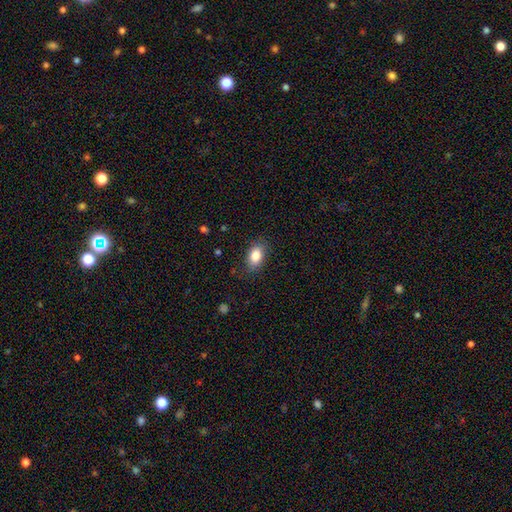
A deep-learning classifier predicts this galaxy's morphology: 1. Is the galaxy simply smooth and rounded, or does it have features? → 84% smooth, 8% featured or disk, 8% star or artifact.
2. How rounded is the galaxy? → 89% in between, 8% round, 2% cigar-shaped.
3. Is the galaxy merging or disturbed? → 84% none, 12% minor disturbance, 3% major disturbance, 1% merger.